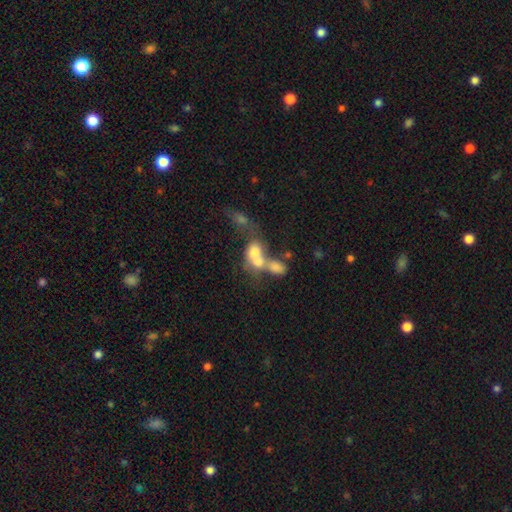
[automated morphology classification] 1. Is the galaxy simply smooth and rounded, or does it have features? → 63% smooth, 26% featured or disk, 12% star or artifact.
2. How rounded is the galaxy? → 63% in between, 34% round, 3% cigar-shaped.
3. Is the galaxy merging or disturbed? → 73% merger, 13% none, 8% major disturbance, 6% minor disturbance.